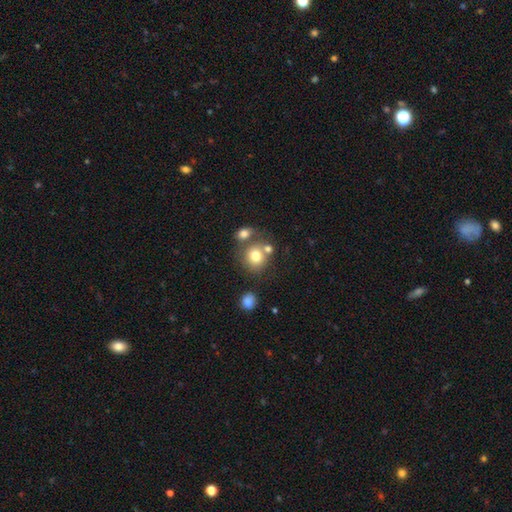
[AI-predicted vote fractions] Smooth or featured?
  - smooth: 76% *
  - featured or disk: 13%
  - star or artifact: 11%
How rounded?
  - round: 82% *
  - in between: 17%
  - cigar-shaped: 1%
Merging?
  - none: 55% *
  - merger: 29%
  - minor disturbance: 11%
  - major disturbance: 5%